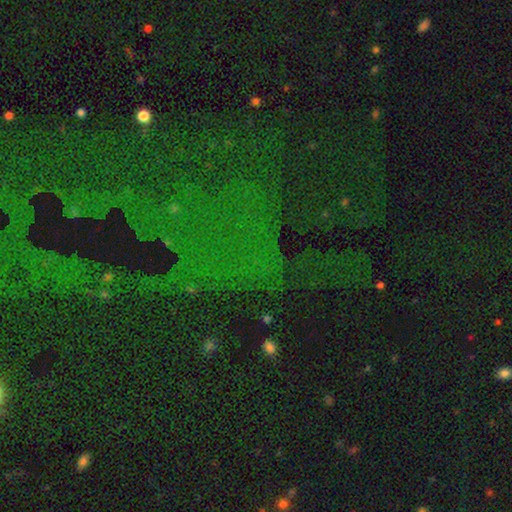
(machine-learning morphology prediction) A star or artifact, not a galaxy (77%).